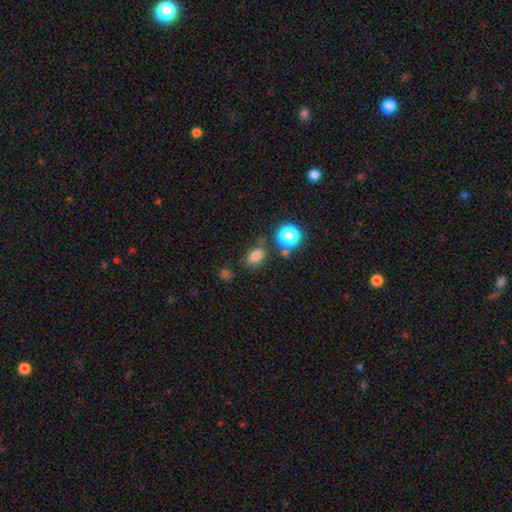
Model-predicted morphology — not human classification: This appears to be a smooth galaxy with no disk features (78%) that is in between round and cigar-shaped (74%). Merging: none (68%).